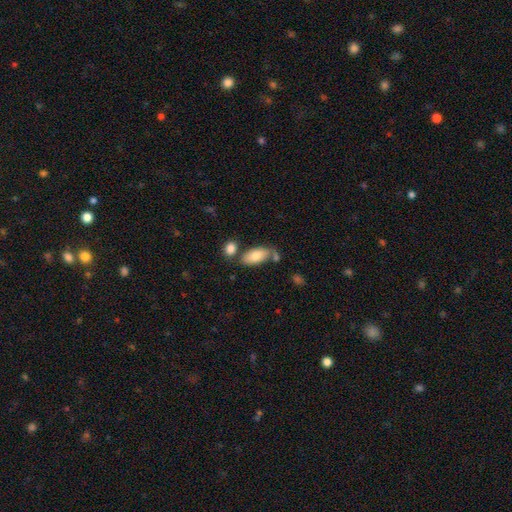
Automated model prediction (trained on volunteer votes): A smooth galaxy with no disk features (81%) that is in between round and cigar-shaped (91%).

Vote fractions:
- Smooth or featured? smooth: 81% / featured or disk: 13% / star or artifact: 6%
- How rounded? in between: 91% / cigar-shaped: 6% / round: 2%
- Merging? none: 60% / merger: 18% / minor disturbance: 17% / major disturbance: 5%